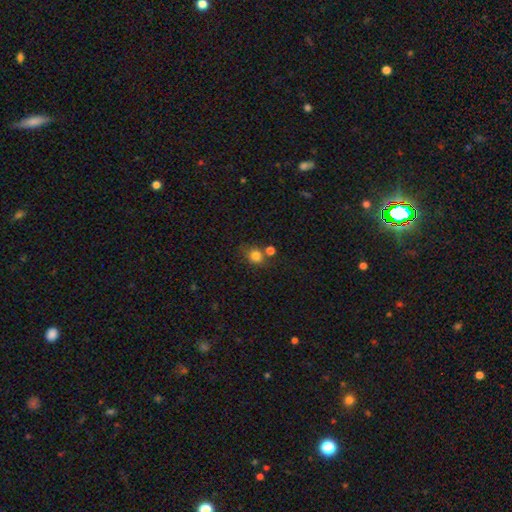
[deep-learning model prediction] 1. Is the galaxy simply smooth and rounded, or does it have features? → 81% smooth, 12% star or artifact, 7% featured or disk.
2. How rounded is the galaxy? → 75% round, 24% in between, 1% cigar-shaped.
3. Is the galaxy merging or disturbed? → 61% none, 20% merger, 14% minor disturbance, 5% major disturbance.